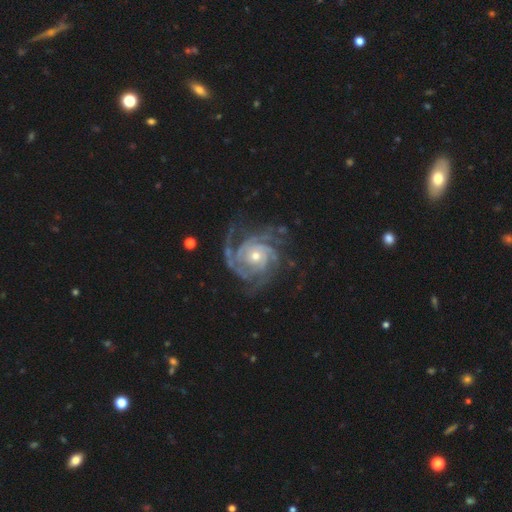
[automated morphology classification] A featured or disk galaxy (93%) with no bar (74%), 3 (29%) tight (73%) spiral arms (99%) and a moderate central bulge (51%).

Vote fractions:
- Smooth or featured? featured or disk: 93% / star or artifact: 4% / smooth: 3%
- Edge-on disk? no: 98% / yes: 2%
- Bar? no: 74% / weak: 18% / strong: 7%
- Spiral arms? yes: 99% / no: 1%
- Spiral winding? tight: 73% / medium: 24% / loose: 3%
- Spiral arm count? 3: 29% / 4: 27% / can't tell: 13% / 2: 12% / more than 4: 11% / 1: 7%
- Bulge size? moderate: 51% / small: 45% / large: 2% / none: 1% / dominant: 1%
- Merging? none: 71% / minor disturbance: 17% / major disturbance: 10% / merger: 2%